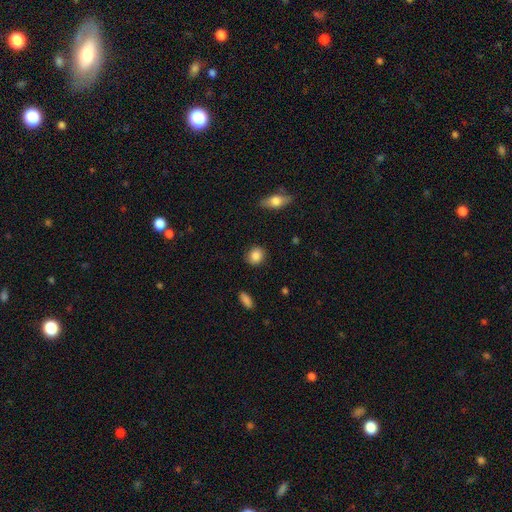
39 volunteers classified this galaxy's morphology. Smooth or featured: smooth — 87% (star or artifact — 10%)
How rounded: round — 71% (in between — 26%)
Merging: none — 89% (minor disturbance — 9%)